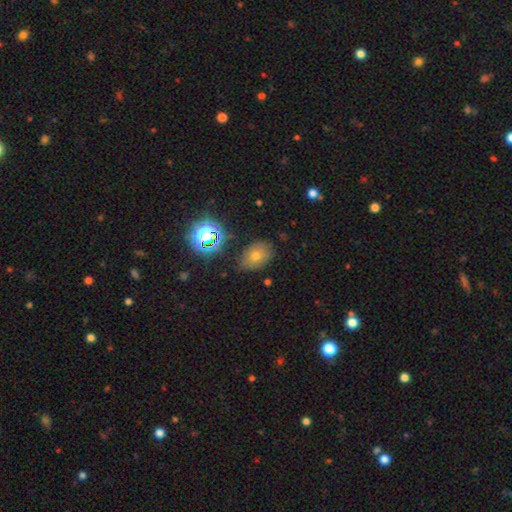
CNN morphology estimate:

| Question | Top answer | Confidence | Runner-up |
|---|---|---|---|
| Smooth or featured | smooth | 65% | star or artifact (18%) |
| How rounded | in between | 74% | round (25%) |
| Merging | none | 70% | minor disturbance (21%) |